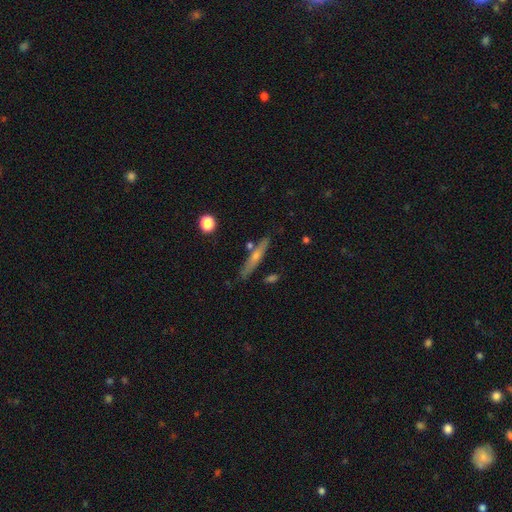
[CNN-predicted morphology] This is possibly a featured or disk galaxy (51%). It is clearly viewed edge-on (91%). Merging: clearly none (83%).